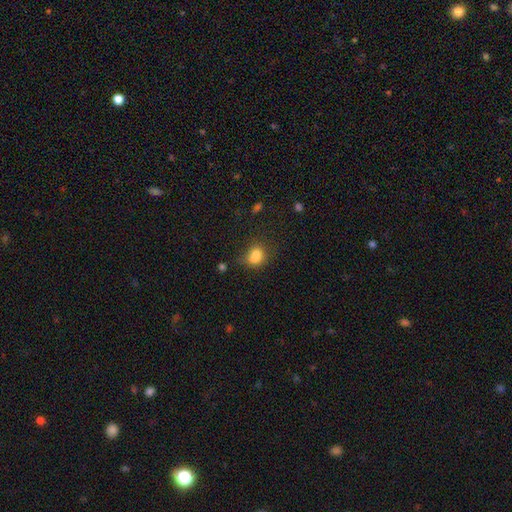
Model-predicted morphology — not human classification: Overall: smooth (79%). How rounded: in between (50%; round 49%). Merging: none (45%; minor disturbance 27%).